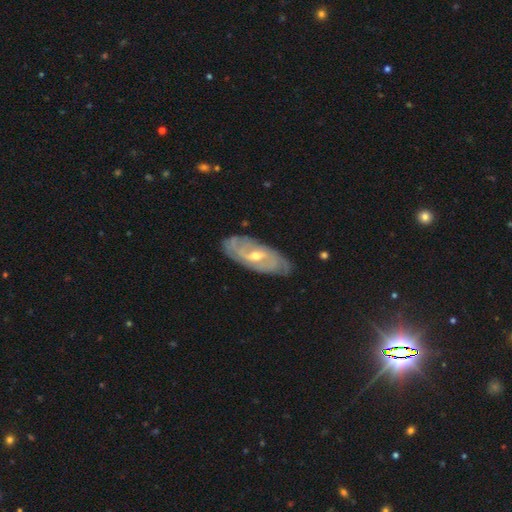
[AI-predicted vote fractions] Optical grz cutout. It shows a featured or disk galaxy (78%) with a weak bar (42%, tied with no), tight (65%) spiral arms (86%) and a moderate central bulge (56%). Merging: none (83%).